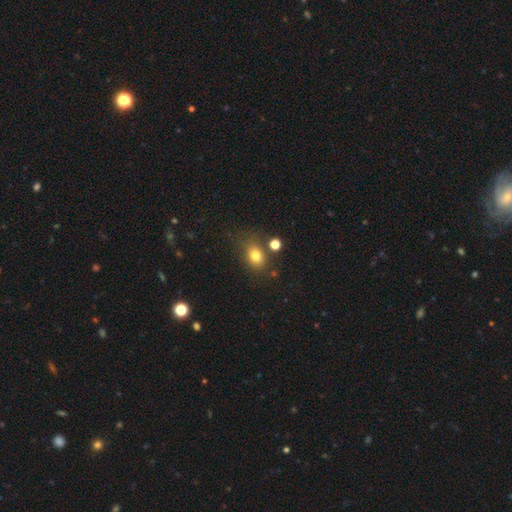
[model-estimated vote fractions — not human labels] smooth 78%, star or artifact 13%, featured or disk 9%. Down the decision tree: how rounded — in between (57%); merging — none (68%).